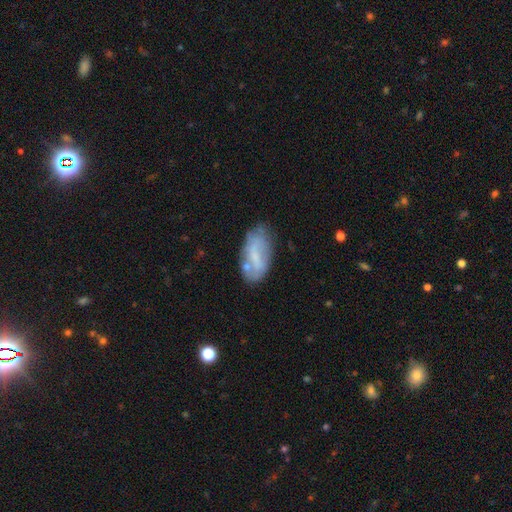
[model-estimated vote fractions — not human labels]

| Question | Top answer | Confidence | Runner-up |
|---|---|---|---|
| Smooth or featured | smooth | 51% | featured or disk (41%) |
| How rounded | in between | 89% | cigar-shaped (8%) |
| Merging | none | 58% | minor disturbance (26%) |